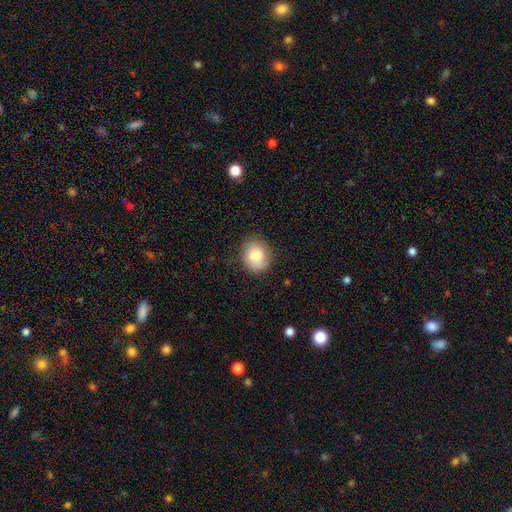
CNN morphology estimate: Smooth or featured? smooth (79%)
How rounded? round (59%)
Merging? none (79%)